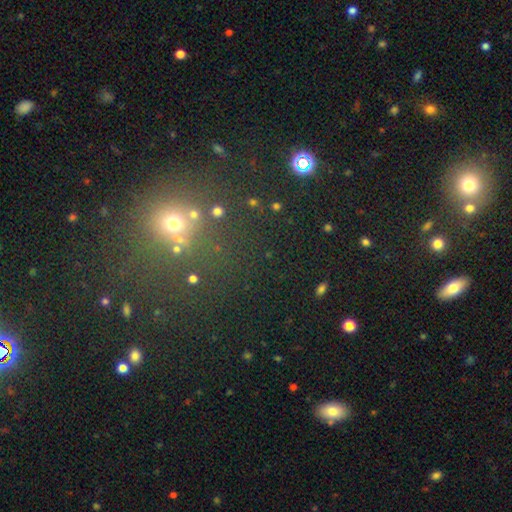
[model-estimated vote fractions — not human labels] This appears to be a star or artifact, not a galaxy (53%).